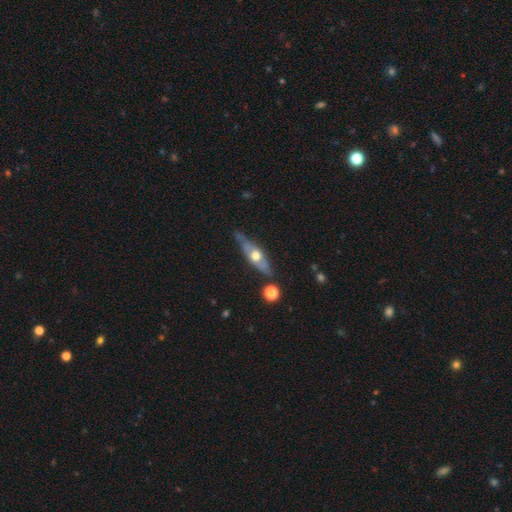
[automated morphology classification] Smooth or featured? Predicted: featured or disk (p=0.58). Edge-on disk? Predicted: yes (p=0.68). Merging? Predicted: none (p=0.67).